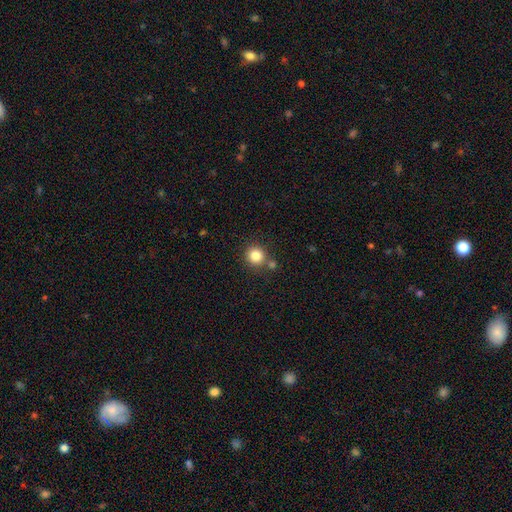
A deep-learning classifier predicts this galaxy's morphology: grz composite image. It shows a smooth galaxy with no disk features (83%) that is round (93%). Merging: none (76%).